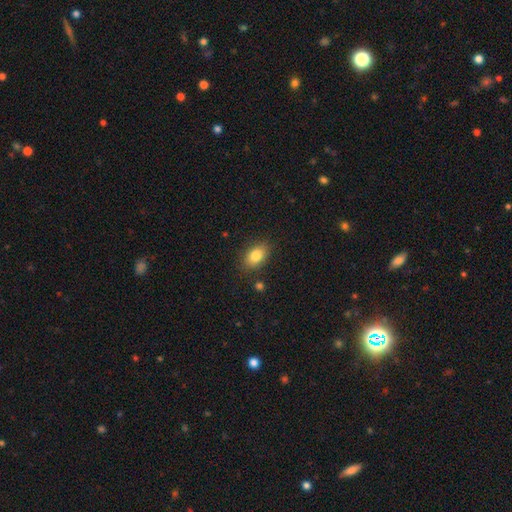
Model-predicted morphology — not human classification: smooth 84%, star or artifact 8%, featured or disk 8%. Down the decision tree: how rounded — in between (86%); merging — none (83%).